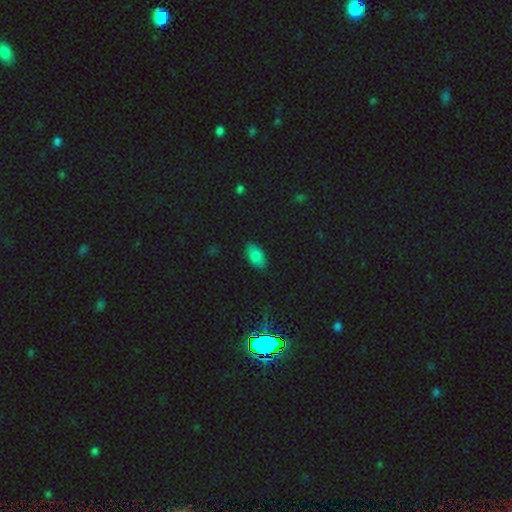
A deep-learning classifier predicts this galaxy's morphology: Smooth or featured?
  - smooth: 81% *
  - star or artifact: 12%
  - featured or disk: 7%
How rounded?
  - in between: 93% *
  - round: 5%
  - cigar-shaped: 2%
Merging?
  - none: 84% *
  - minor disturbance: 12%
  - major disturbance: 3%
  - merger: 1%